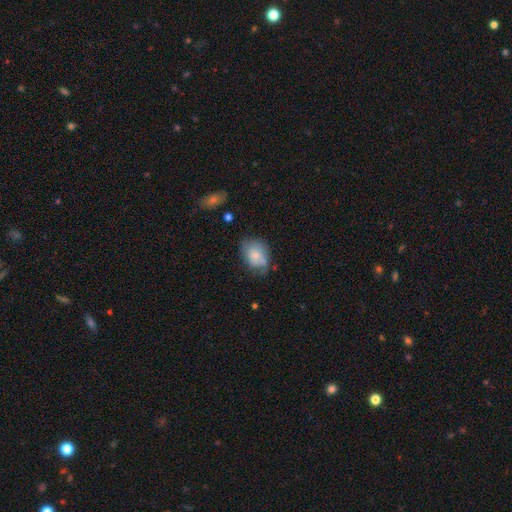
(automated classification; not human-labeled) smooth_or_featured: smooth (p=0.72) [alt: featured or disk p=0.20]
how_rounded: in between (p=0.64) [alt: round p=0.35]
merging: none (p=0.52) [alt: minor disturbance p=0.32]